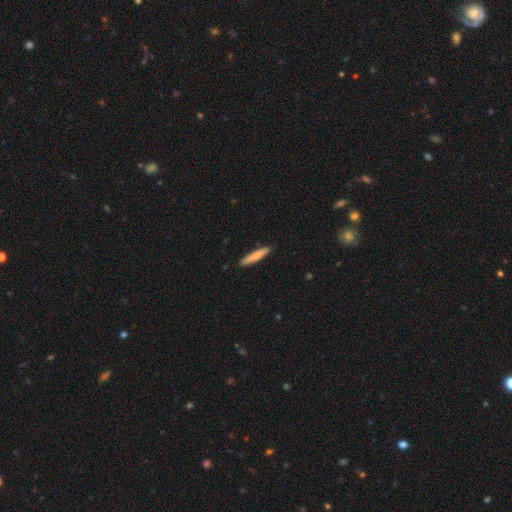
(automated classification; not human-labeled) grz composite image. It shows a smooth galaxy with no disk features (74%) that is cigar-shaped (93%). Merging: none (91%).